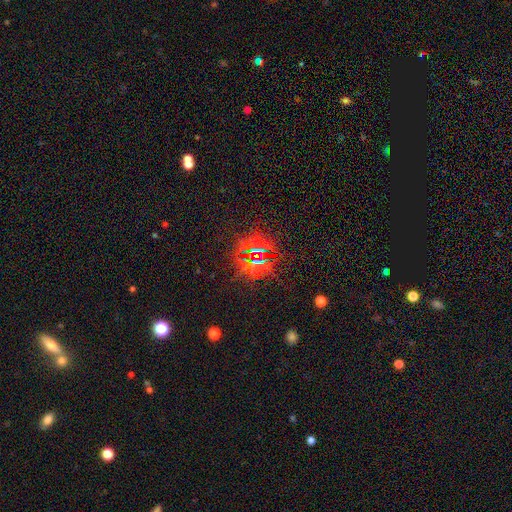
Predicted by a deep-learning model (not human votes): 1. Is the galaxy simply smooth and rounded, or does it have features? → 81% star or artifact, 10% smooth, 9% featured or disk.